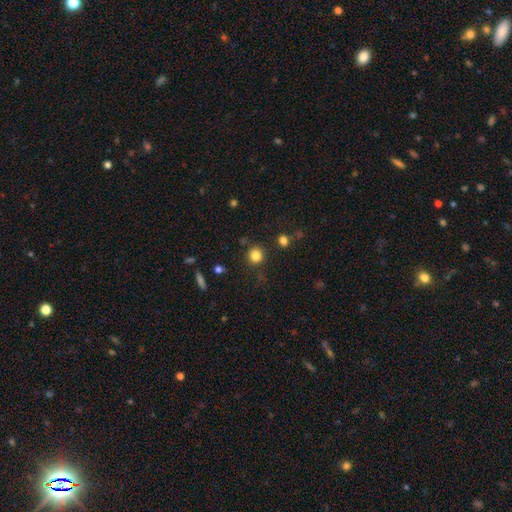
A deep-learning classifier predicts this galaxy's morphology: smooth-or-featured: smooth: 83% | star or artifact: 12% | featured or disk: 5%
  how-rounded: round: 92% | in between: 7% | cigar-shaped: 1%
  merging: none: 87% | minor disturbance: 7% | merger: 3% | major disturbance: 3%